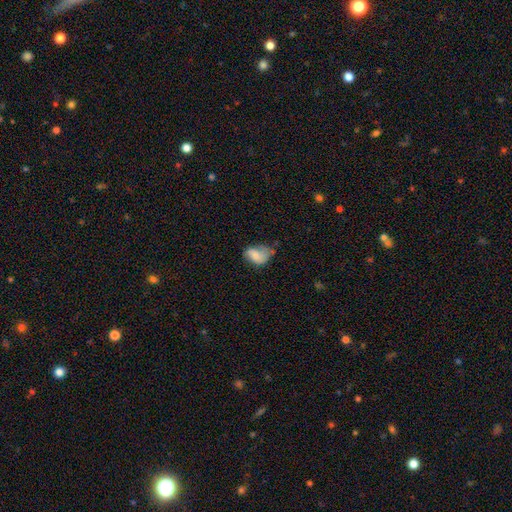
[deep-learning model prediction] This is likely a smooth galaxy (63%). How rounded: clearly in between (80%). Merging: marginally minor disturbance (39%).